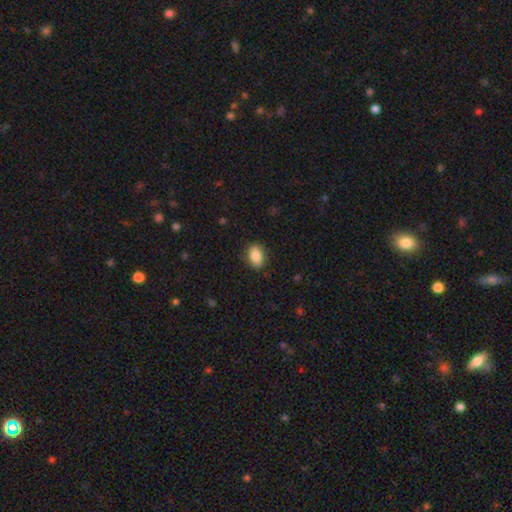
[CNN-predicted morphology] type=smooth (87%); roundness=in between (83%); merging=none (86%).